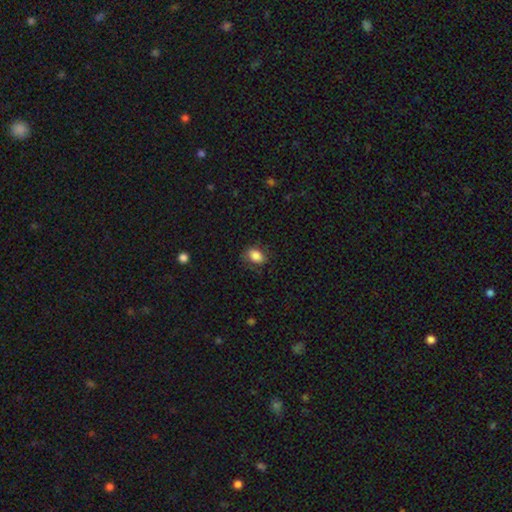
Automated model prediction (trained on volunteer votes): The model was most divided on "merging": none: 72%, minor disturbance: 20%, major disturbance: 7%, merger: 1%. More confident: smooth or featured — smooth (84%); how rounded — in between (78%).